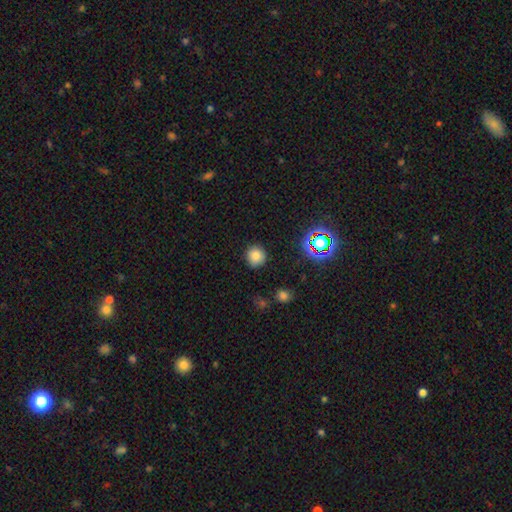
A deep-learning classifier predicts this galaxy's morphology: Smooth or featured? smooth (79%)
How rounded? round (92%)
Merging? none (86%)